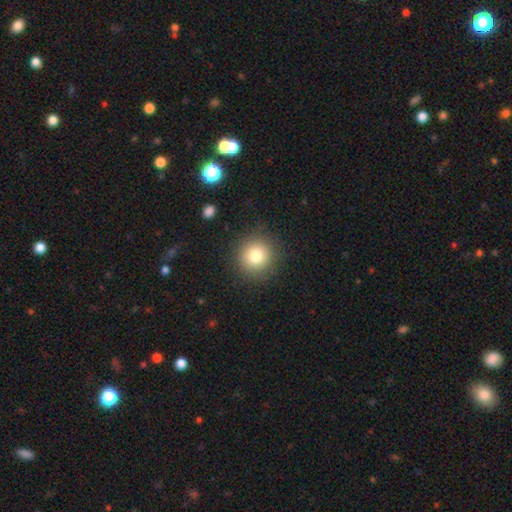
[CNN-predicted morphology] Overall: smooth (79%). How rounded: round (94%). Merging: none (88%).